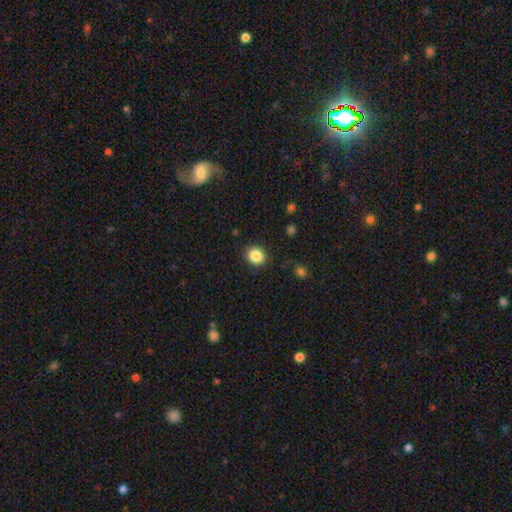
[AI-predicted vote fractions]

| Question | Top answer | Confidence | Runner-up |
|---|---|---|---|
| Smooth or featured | smooth | 86% | star or artifact (10%) |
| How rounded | round | 73% | in between (26%) |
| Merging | none | 88% | minor disturbance (8%) |